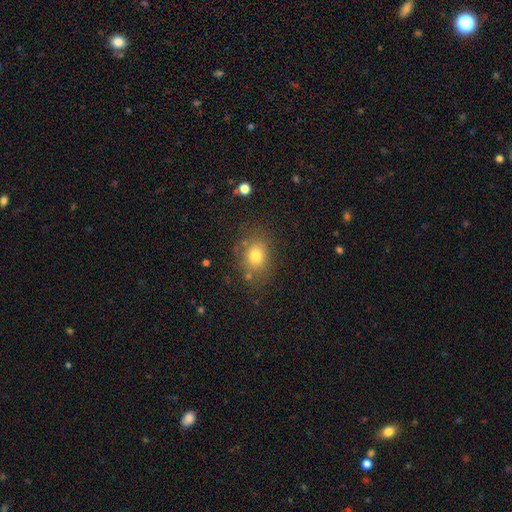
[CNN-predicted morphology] smooth-or-featured: smooth: 77% | star or artifact: 12% | featured or disk: 11%
  how-rounded: in between: 50% | round: 49% | cigar-shaped: 1%
  merging: none: 77% | minor disturbance: 14% | major disturbance: 5% | merger: 4%